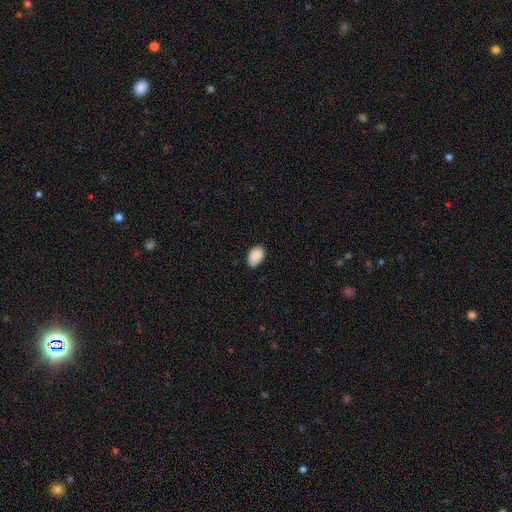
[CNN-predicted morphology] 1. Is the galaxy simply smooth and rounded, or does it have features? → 89% smooth, 7% star or artifact, 4% featured or disk.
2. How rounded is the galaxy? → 91% in between, 8% round, 1% cigar-shaped.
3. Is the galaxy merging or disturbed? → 72% none, 23% minor disturbance, 3% major disturbance, 1% merger.